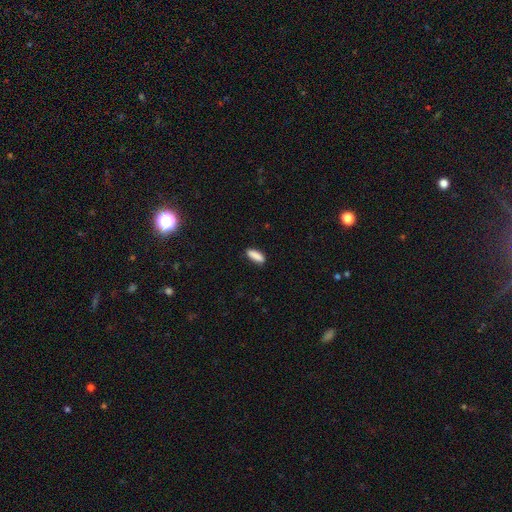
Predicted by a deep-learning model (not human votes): Smooth or featured? smooth (88%)
How rounded? in between (55%)
Merging? none (85%)